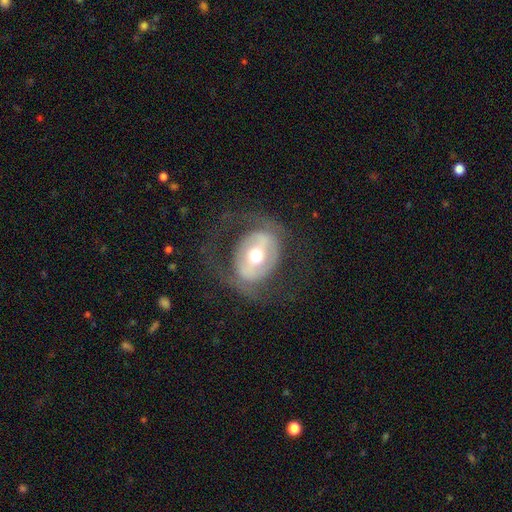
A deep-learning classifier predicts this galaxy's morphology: smooth-or-featured: featured or disk: 64% | smooth: 29% | star or artifact: 7%
  disk-edge-on: no: 93% | yes: 7%
    bar: strong: 37% | no: 33% | weak: 29%
    has-spiral-arms: no: 58% | yes: 42%
    bulge-size: moderate: 71% | large: 16% | small: 11% | dominant: 2% | none: 1%
  merging: none: 59% | major disturbance: 24% | minor disturbance: 15% | merger: 1%